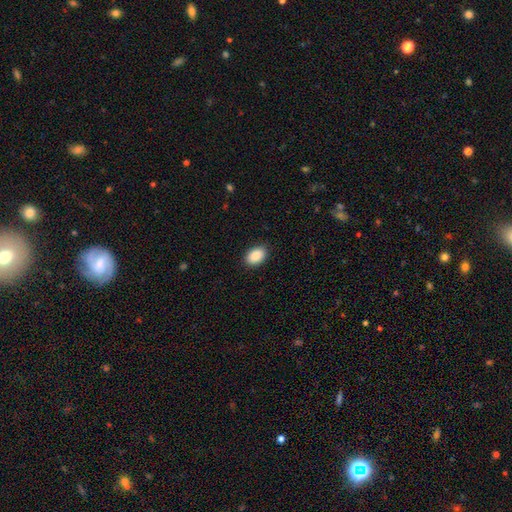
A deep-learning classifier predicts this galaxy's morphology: This appears to be a smooth galaxy with no disk features (89%) that is in between round and cigar-shaped (88%). Merging: none (89%).